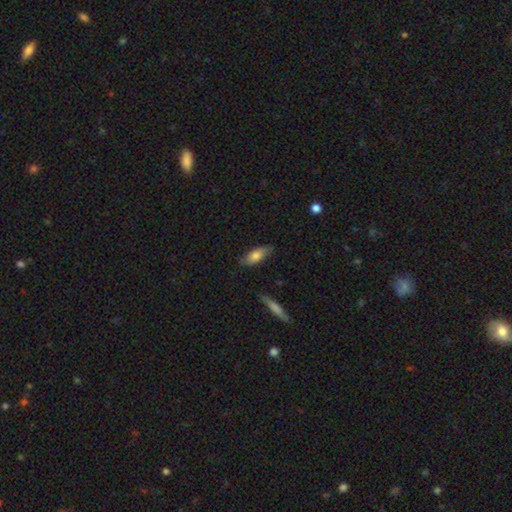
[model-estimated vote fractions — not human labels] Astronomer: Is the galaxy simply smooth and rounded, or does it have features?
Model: smooth — 70%.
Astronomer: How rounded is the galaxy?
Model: in between — 71%.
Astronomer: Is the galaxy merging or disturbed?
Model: none — 79%.